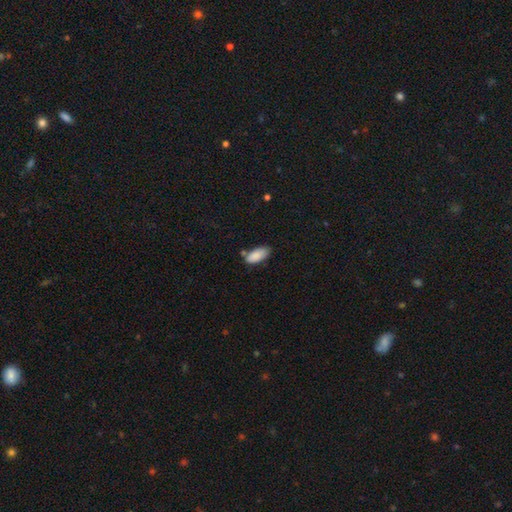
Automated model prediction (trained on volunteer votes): Overall: smooth (88%). How rounded: in between (87%). Merging: none (66%).